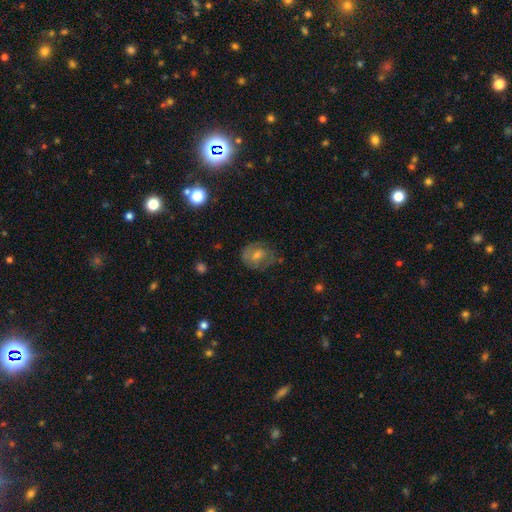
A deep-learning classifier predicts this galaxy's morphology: A featured or disk galaxy (49%). Merging: none (69%).